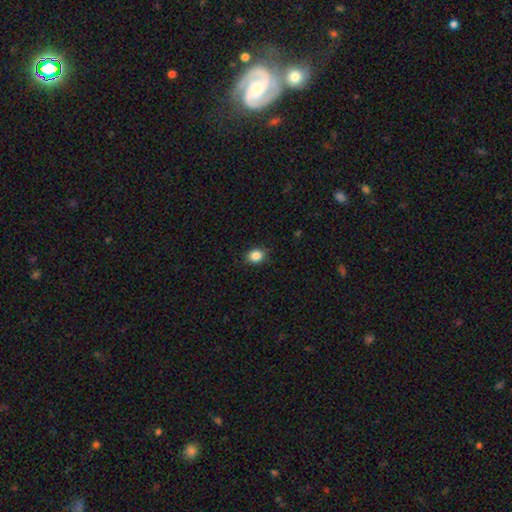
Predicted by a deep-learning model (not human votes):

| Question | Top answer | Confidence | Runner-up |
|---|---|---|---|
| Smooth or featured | smooth | 86% | star or artifact (10%) |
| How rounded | round | 50% | in between (49%) |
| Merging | none | 88% | minor disturbance (9%) |